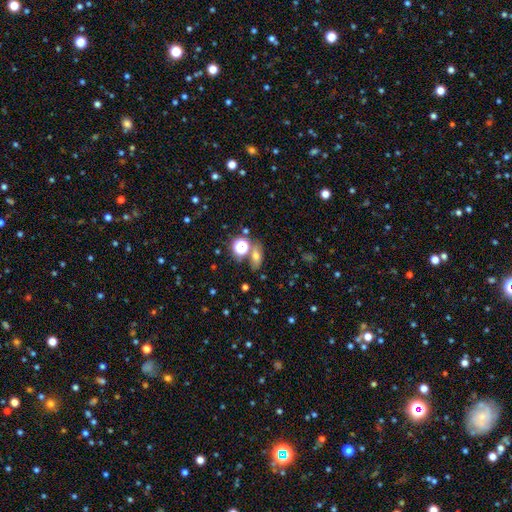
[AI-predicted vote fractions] smooth-or-featured: smooth: 61% | star or artifact: 24% | featured or disk: 15%
  how-rounded: in between: 67% | round: 24% | cigar-shaped: 9%
  merging: none: 70% | merger: 14% | minor disturbance: 11% | major disturbance: 5%